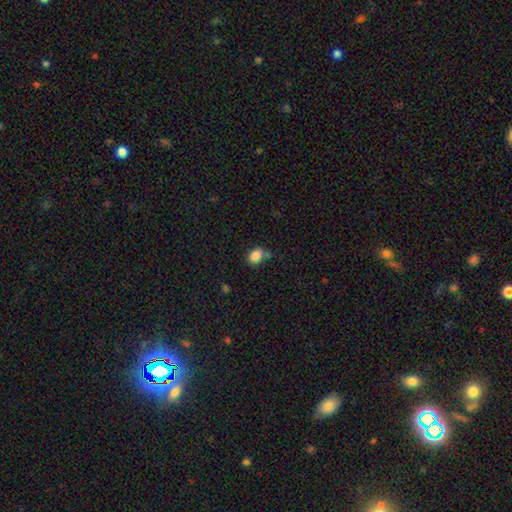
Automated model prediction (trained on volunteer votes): Smooth or featured: smooth — 86% (star or artifact — 9%)
How rounded: in between — 65% (round — 34%)
Merging: none — 69% (minor disturbance — 16%)